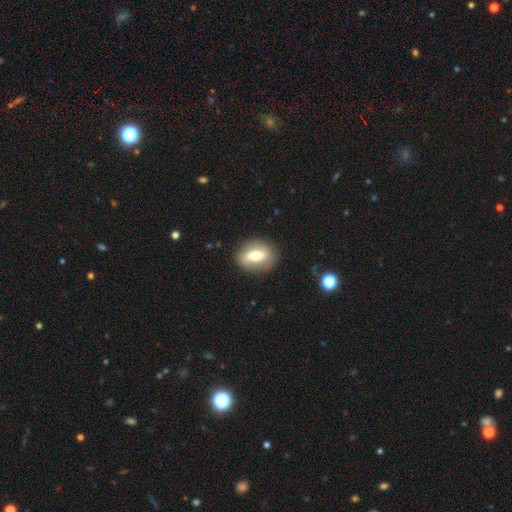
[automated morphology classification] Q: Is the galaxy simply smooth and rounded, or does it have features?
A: smooth — 51%.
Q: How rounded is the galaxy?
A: in between — 62%.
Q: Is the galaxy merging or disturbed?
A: none — 84%.